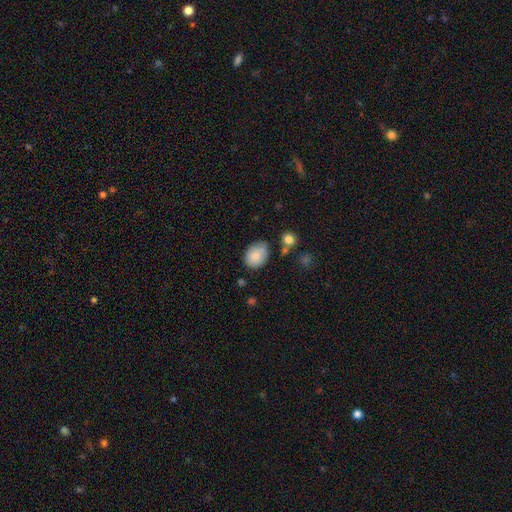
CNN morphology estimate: The model was most divided on "merging": none: 66%, minor disturbance: 24%, major disturbance: 5%, merger: 5%. More confident: smooth or featured — smooth (85%); how rounded — in between (72%).